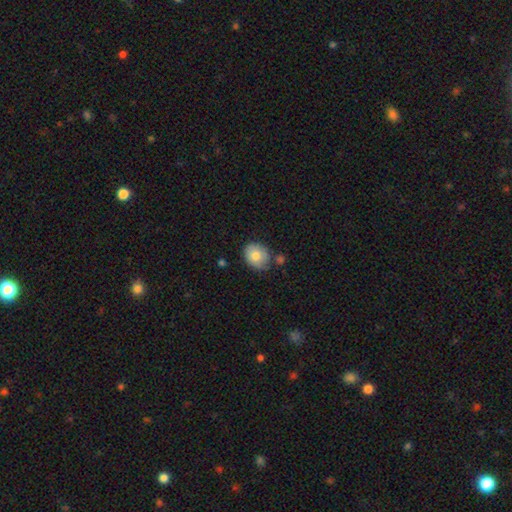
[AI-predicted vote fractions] Smooth or featured?
  - smooth: 78% *
  - featured or disk: 15%
  - star or artifact: 7%
How rounded?
  - round: 62% *
  - in between: 37%
  - cigar-shaped: 1%
Merging?
  - none: 69% *
  - minor disturbance: 20%
  - merger: 7%
  - major disturbance: 4%